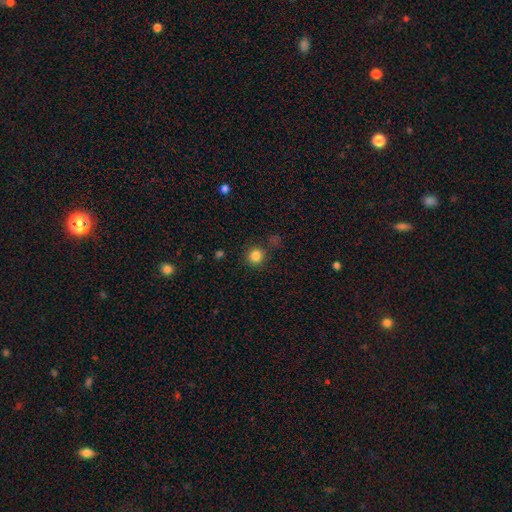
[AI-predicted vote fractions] smooth_or_featured: smooth (p=0.84) [alt: star or artifact p=0.12]
how_rounded: round (p=0.93) [alt: in between p=0.06]
merging: none (p=0.82) [alt: minor disturbance p=0.10]